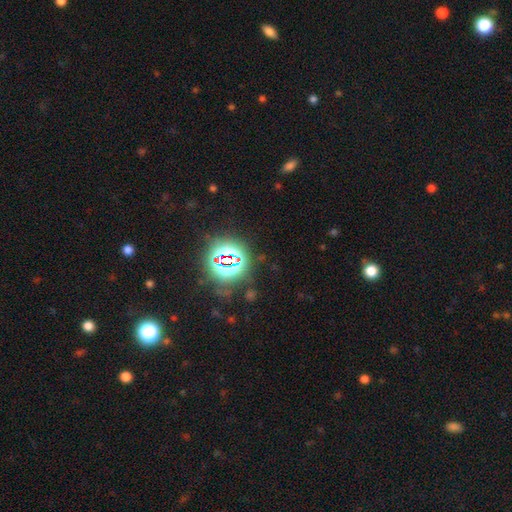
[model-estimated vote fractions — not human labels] Smooth or featured? star or artifact (81%)